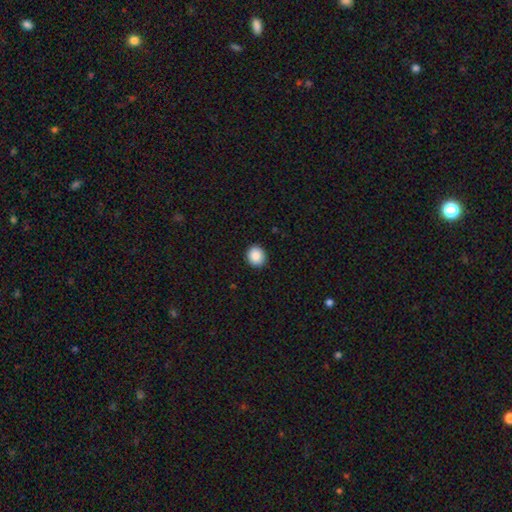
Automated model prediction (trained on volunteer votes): Smooth or featured? Predicted: smooth (p=0.89). How rounded? Predicted: round (p=0.80). Merging? Predicted: none (p=0.91).